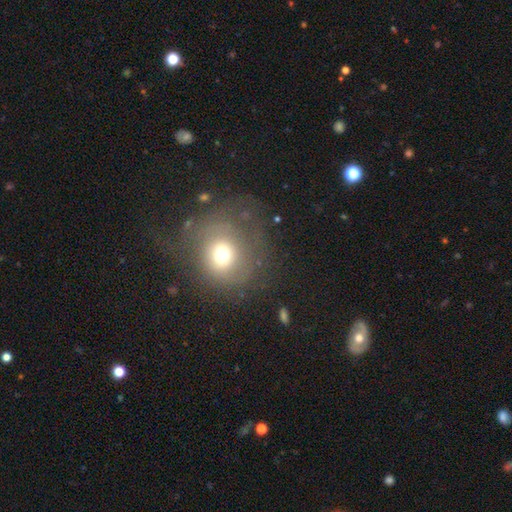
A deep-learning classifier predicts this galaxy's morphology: Smooth or featured: smooth — 59% (star or artifact — 24%)
How rounded: round — 85% (in between — 14%)
Merging: none — 68% (minor disturbance — 18%)